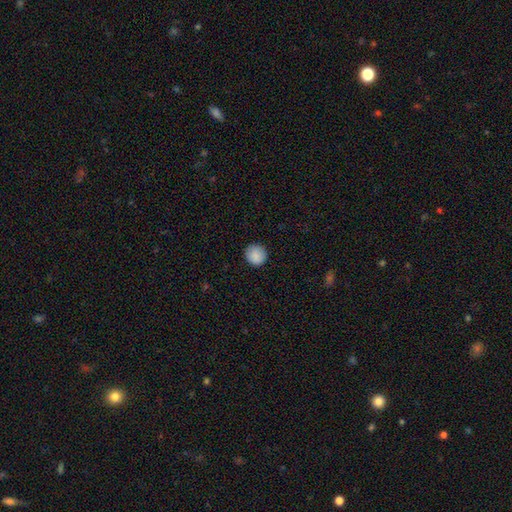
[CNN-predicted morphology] Q: Smooth or featured?
A: smooth (89%); runner-up: star or artifact (8%)
Q: How rounded?
A: round (92%); runner-up: in between (7%)
Q: Merging?
A: none (90%); runner-up: minor disturbance (7%)